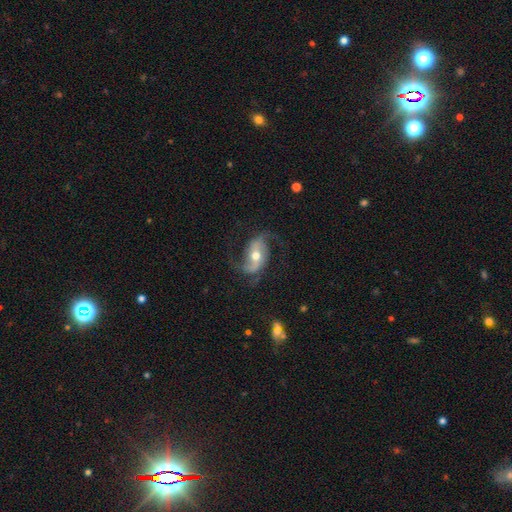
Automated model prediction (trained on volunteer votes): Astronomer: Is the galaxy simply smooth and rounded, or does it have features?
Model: featured or disk — 85%.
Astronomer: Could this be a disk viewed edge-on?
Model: no — 96%.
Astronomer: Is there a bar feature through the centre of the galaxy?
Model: weak — 36% (runner-up: no, 33%).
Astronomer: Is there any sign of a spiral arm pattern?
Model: yes — 96%.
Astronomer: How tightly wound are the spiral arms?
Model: loose — 58% (runner-up: medium, 33%).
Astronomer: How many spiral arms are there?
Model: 2 — 90%.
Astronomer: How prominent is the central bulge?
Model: moderate — 71%.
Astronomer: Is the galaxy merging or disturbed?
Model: none — 70%.